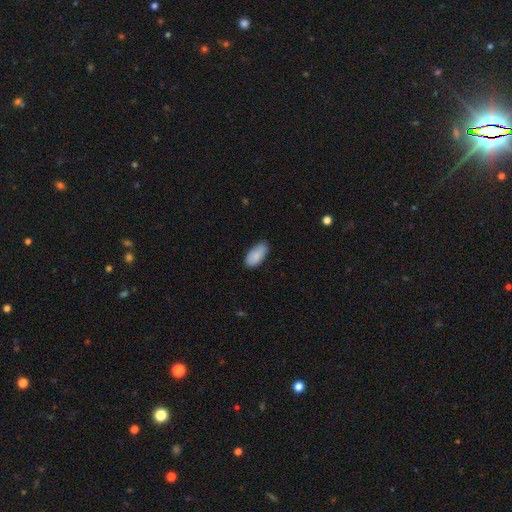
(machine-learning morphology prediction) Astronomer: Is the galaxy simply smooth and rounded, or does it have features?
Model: smooth — 88%.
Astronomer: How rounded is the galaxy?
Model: in between — 93%.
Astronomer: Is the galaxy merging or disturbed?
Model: none — 77%.